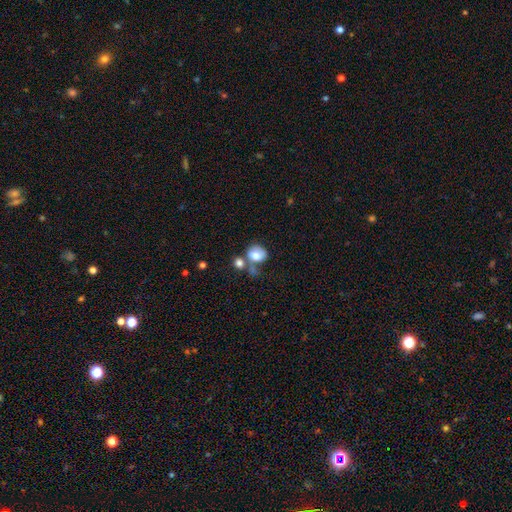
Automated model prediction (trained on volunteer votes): Morphology: type=smooth (65%); roundness=round (53%); merging=merger (38%).